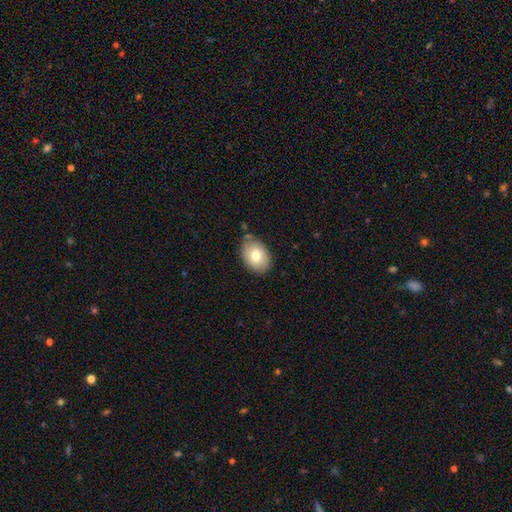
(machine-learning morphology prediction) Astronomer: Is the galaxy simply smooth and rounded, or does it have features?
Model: smooth — 77%.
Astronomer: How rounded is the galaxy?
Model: in between — 80%.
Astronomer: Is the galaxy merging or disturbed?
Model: none — 78%.